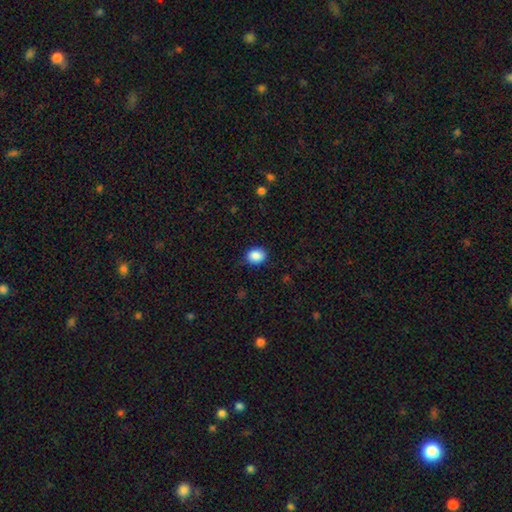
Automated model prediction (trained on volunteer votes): The model was most divided on "how rounded": round: 54%, in between: 45%, cigar-shaped: 1%. More confident: smooth or featured — smooth (88%); merging — none (85%).